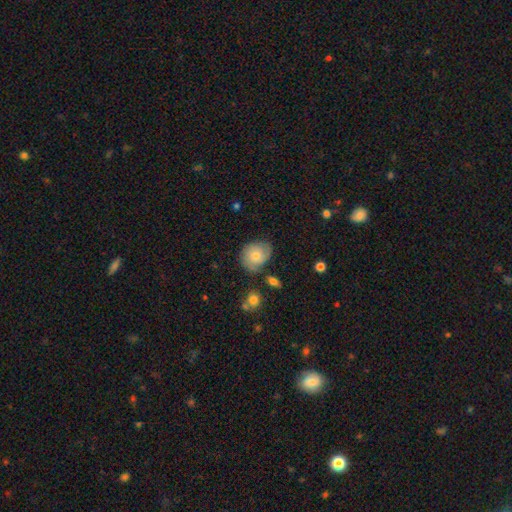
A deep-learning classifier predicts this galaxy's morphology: smooth-or-featured: smooth: 59% | featured or disk: 33% | star or artifact: 8%
  how-rounded: round: 62% | in between: 37% | cigar-shaped: 1%
  merging: none: 64% | minor disturbance: 25% | major disturbance: 6% | merger: 4%